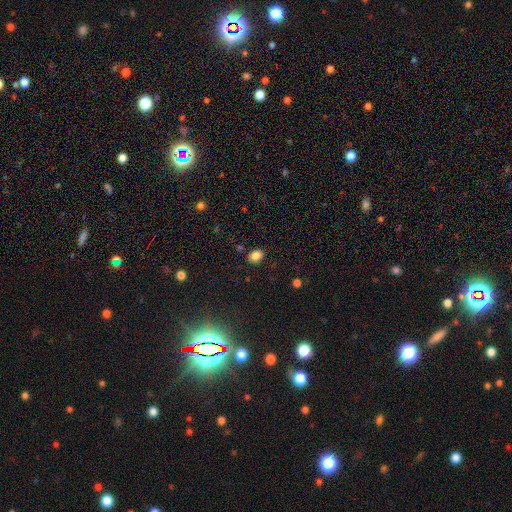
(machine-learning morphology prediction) Smooth or featured?
  - smooth: 85% *
  - star or artifact: 11%
  - featured or disk: 5%
How rounded?
  - in between: 68% *
  - round: 31%
  - cigar-shaped: 1%
Merging?
  - none: 85% *
  - minor disturbance: 10%
  - major disturbance: 3%
  - merger: 2%